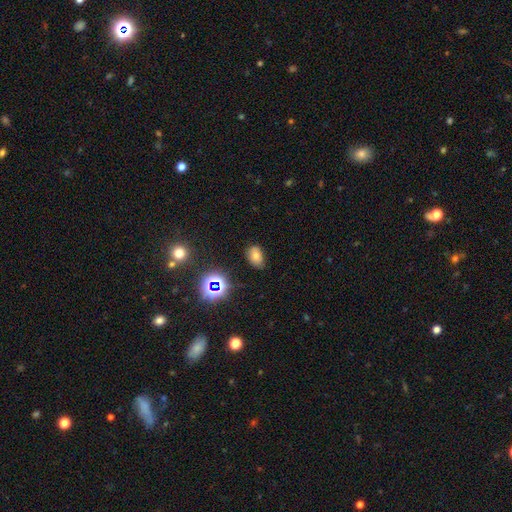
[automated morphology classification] The model was most divided on "smooth or featured": smooth: 68%, star or artifact: 21%, featured or disk: 11%. More confident: how rounded — in between (84%); merging — none (77%).